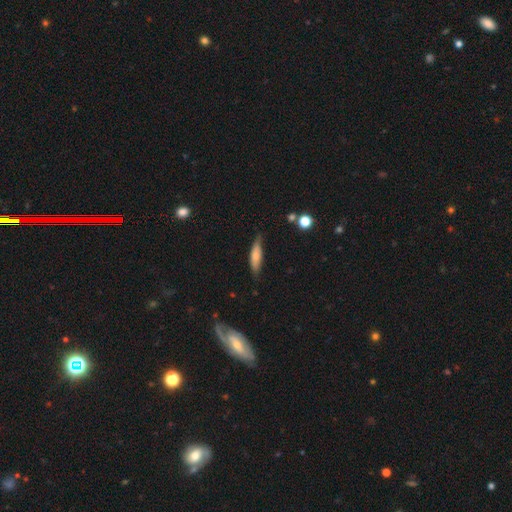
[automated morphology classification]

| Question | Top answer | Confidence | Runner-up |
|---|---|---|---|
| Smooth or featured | smooth | 67% | featured or disk (27%) |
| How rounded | cigar-shaped | 65% | in between (33%) |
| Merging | none | 70% | minor disturbance (24%) |